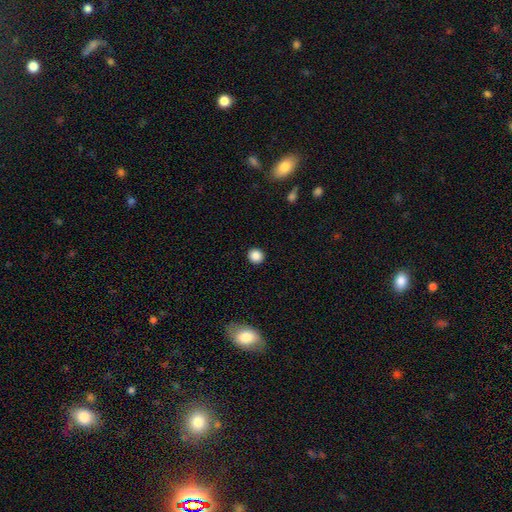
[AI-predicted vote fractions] smooth_or_featured: smooth (p=0.87) [alt: star or artifact p=0.10]
how_rounded: round (p=0.92) [alt: in between p=0.07]
merging: none (p=0.93) [alt: minor disturbance p=0.04]